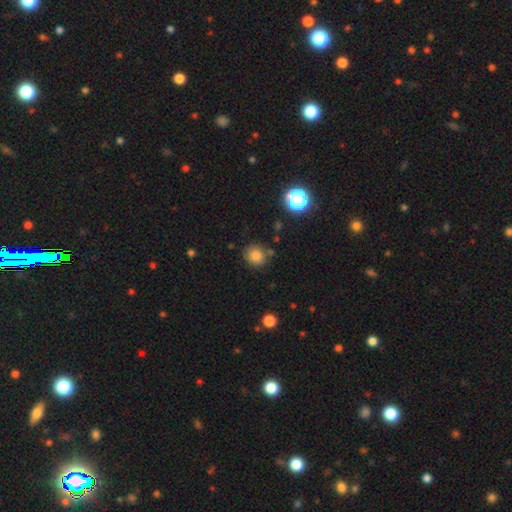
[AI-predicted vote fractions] Morphology: type=smooth (82%); roundness=round (78%); merging=none (80%).